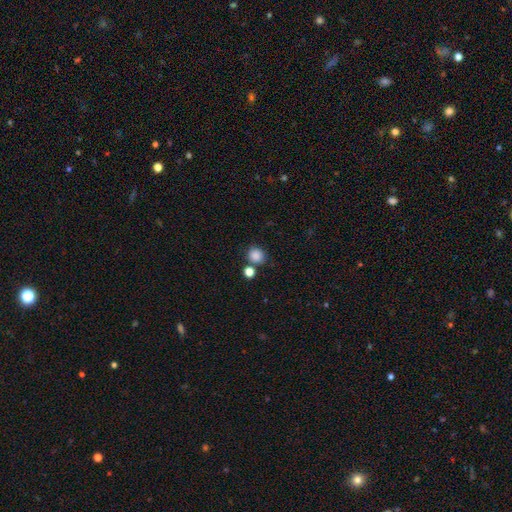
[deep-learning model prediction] smooth-or-featured: smooth: 85% | star or artifact: 11% | featured or disk: 4%
  how-rounded: round: 83% | in between: 16% | cigar-shaped: 1%
  merging: none: 72% | merger: 15% | minor disturbance: 10% | major disturbance: 4%